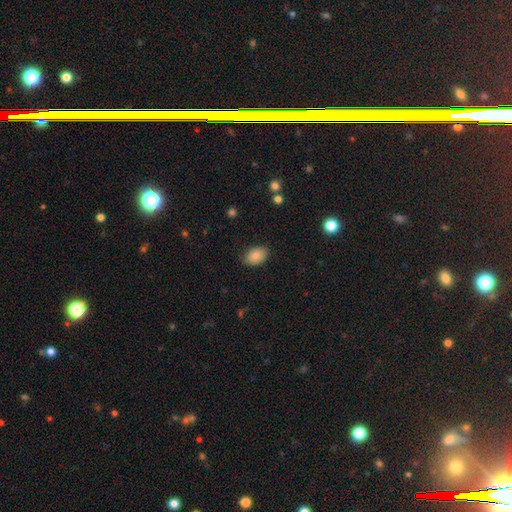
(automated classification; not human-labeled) smooth_or_featured: smooth (p=0.85) [alt: star or artifact p=0.08]
how_rounded: in between (p=0.87) [alt: round p=0.12]
merging: none (p=0.83) [alt: minor disturbance p=0.14]